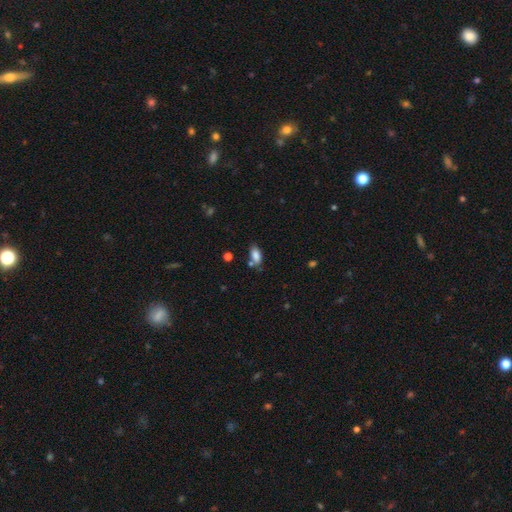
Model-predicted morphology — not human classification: Overall: smooth (83%). How rounded: in between (89%). Merging: none (64%).